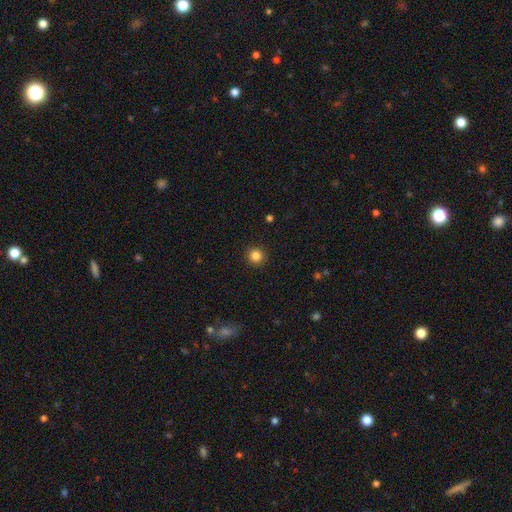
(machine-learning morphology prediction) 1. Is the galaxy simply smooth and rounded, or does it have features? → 85% smooth, 11% star or artifact, 4% featured or disk.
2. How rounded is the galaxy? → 95% round, 4% in between, 1% cigar-shaped.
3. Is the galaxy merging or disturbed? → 92% none, 5% minor disturbance, 2% major disturbance, 1% merger.